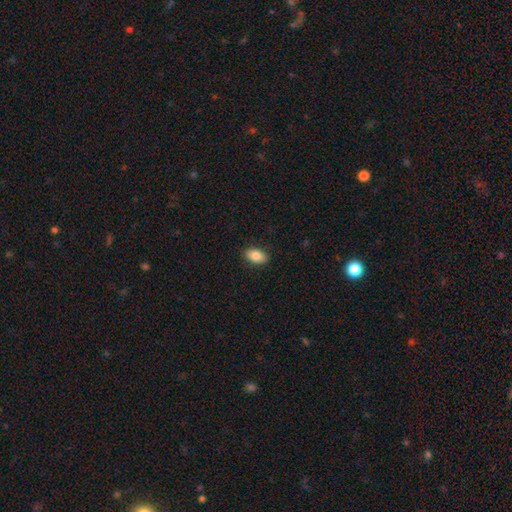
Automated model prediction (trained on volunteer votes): smooth 86%, star or artifact 7%, featured or disk 7%. Down the decision tree: how rounded — in between (91%); merging — none (88%).